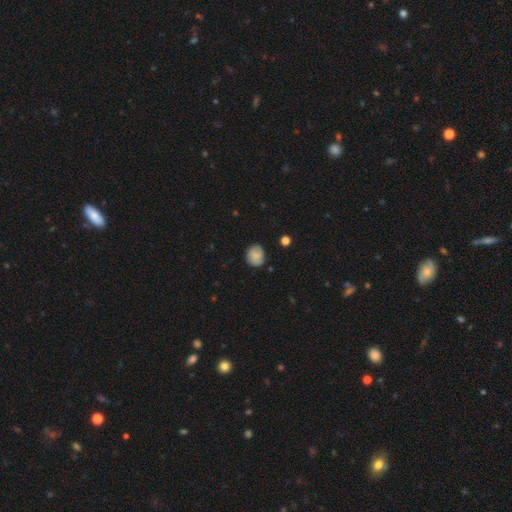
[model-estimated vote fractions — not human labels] Q: Smooth or featured?
A: smooth (76%); runner-up: featured or disk (16%)
Q: How rounded?
A: round (74%); runner-up: in between (25%)
Q: Merging?
A: none (78%); runner-up: minor disturbance (17%)